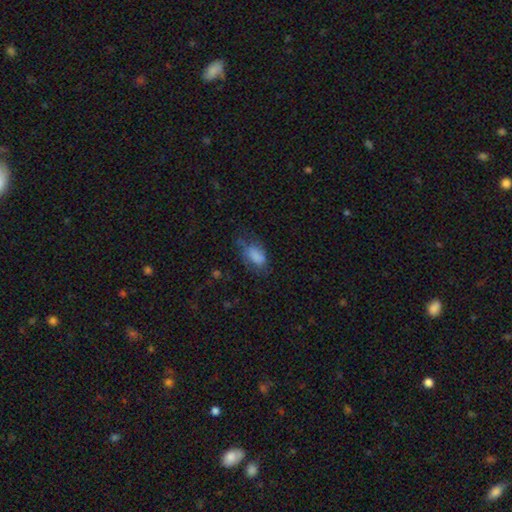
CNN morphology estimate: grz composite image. It shows a smooth galaxy with no disk features (75%) that is in between round and cigar-shaped (90%). Merging: none (40%).